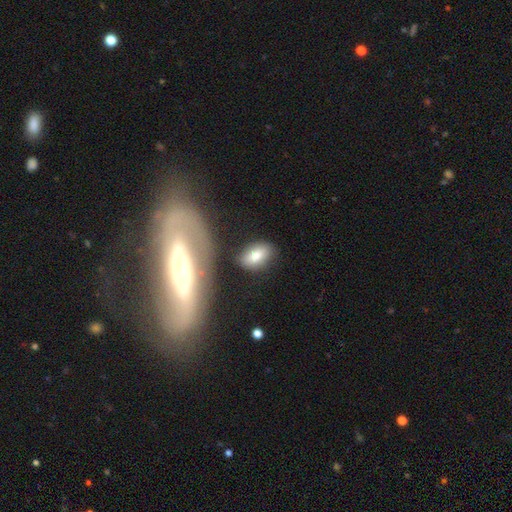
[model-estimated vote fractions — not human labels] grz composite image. It shows a smooth galaxy with no disk features (79%) that is in between round and cigar-shaped (88%). Merging: none (79%).